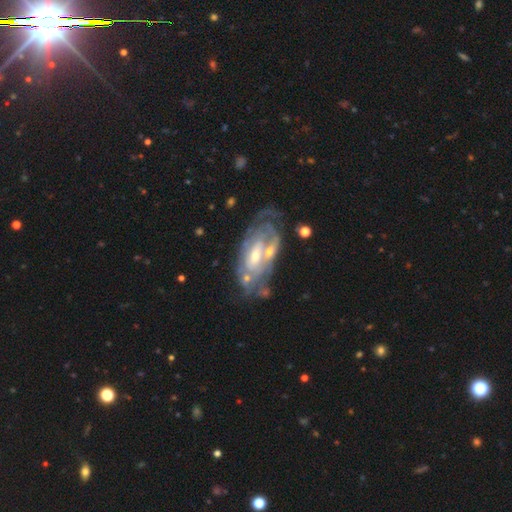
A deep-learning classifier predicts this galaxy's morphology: smooth-or-featured: featured or disk: 78% | smooth: 15% | star or artifact: 6%
  disk-edge-on: no: 92% | yes: 8%
    bar: no: 44% | weak: 39% | strong: 17%
    has-spiral-arms: yes: 70% | no: 30%
      spiral-winding: tight: 60% | medium: 29% | loose: 11%
      spiral-arm-count: can't tell: 58% | 2: 22% | 3: 7% | 1: 7% | 4: 4% | more than 4: 3%
    bulge-size: moderate: 47% | small: 44% | large: 5% | none: 3% | dominant: 1%
  merging: none: 44% | minor disturbance: 22% | major disturbance: 19% | merger: 15%